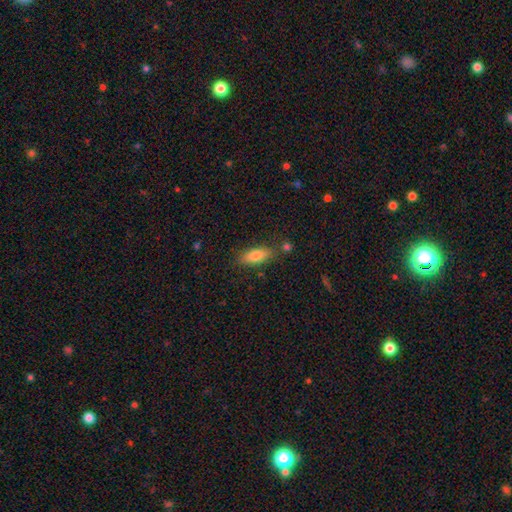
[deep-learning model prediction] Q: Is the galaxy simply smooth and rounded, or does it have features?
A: smooth — 78%.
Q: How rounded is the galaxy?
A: in between — 72%.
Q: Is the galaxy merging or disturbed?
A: none — 79%.